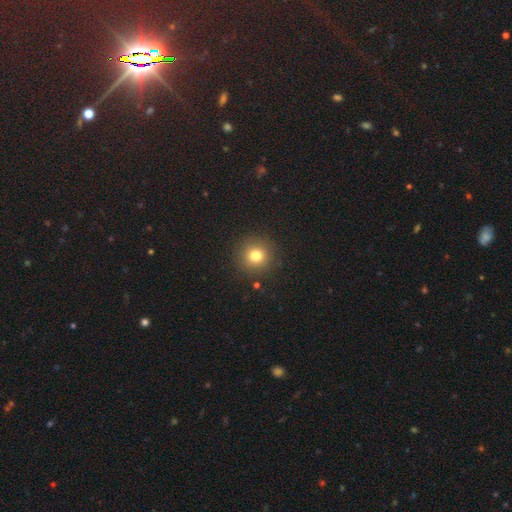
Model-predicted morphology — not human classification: Smooth or featured?
  - smooth: 78% *
  - star or artifact: 14%
  - featured or disk: 8%
How rounded?
  - round: 93% *
  - in between: 6%
  - cigar-shaped: 1%
Merging?
  - none: 90% *
  - minor disturbance: 6%
  - major disturbance: 3%
  - merger: 2%